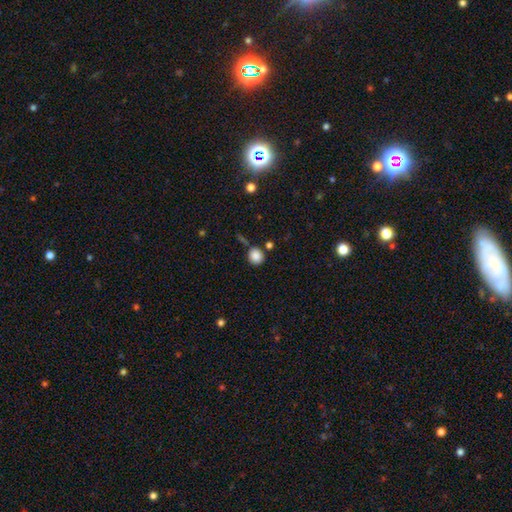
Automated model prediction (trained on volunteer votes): Smooth or featured? Predicted: smooth (p=0.86). How rounded? Predicted: round (p=0.88). Merging? Predicted: none (p=0.76).